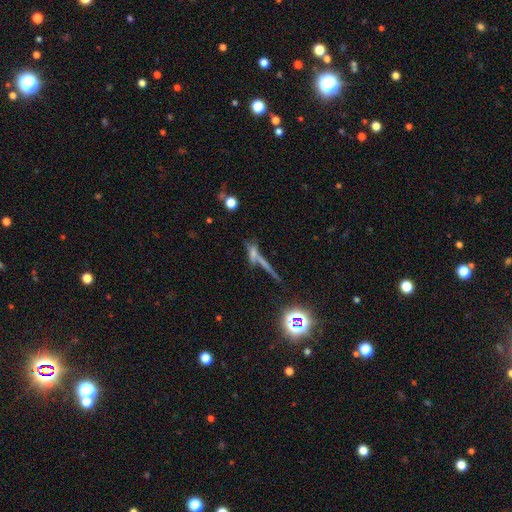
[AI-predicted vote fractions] This is marginally a smooth galaxy (39%). Merging: marginally none (44%).